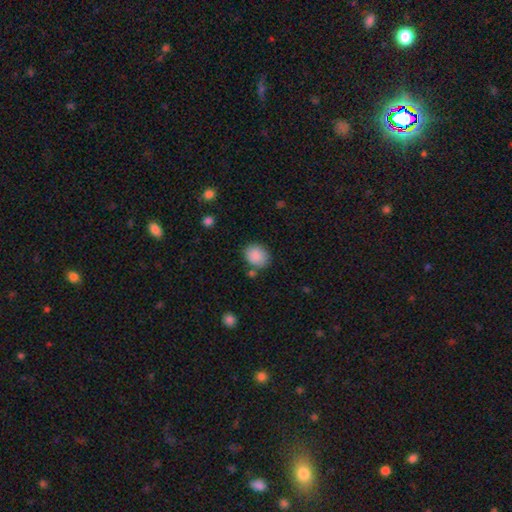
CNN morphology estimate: Smooth or featured: smooth — 88% (star or artifact — 8%)
How rounded: round — 62% (in between — 37%)
Merging: none — 77% (minor disturbance — 14%)